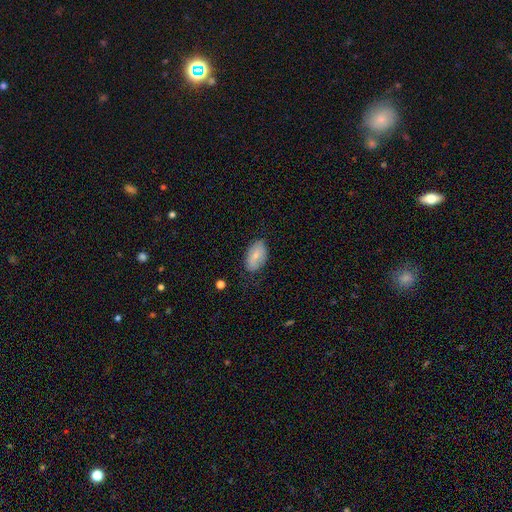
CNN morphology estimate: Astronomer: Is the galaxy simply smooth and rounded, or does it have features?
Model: smooth — 70%.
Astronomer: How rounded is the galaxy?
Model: in between — 92%.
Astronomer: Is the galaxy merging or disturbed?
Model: none — 72%.